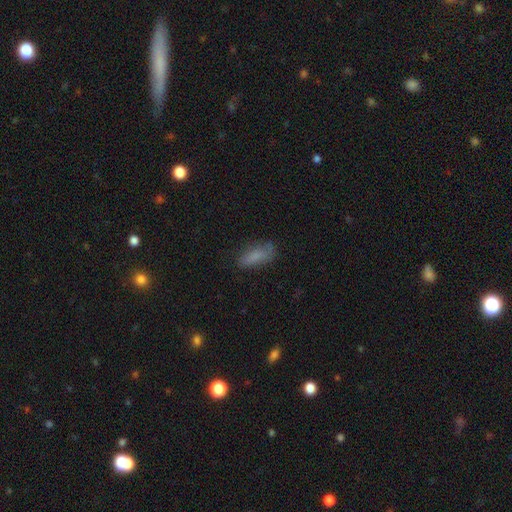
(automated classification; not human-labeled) smooth_or_featured: smooth (p=0.76) [alt: featured or disk p=0.15]
how_rounded: in between (p=0.75) [alt: cigar-shaped p=0.22]
merging: none (p=0.62) [alt: minor disturbance p=0.26]